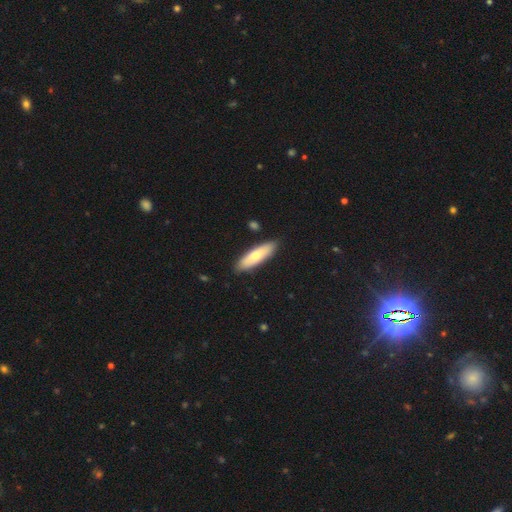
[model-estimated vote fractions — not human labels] Smooth or featured? smooth (67%)
How rounded? cigar-shaped (50%)
Merging? none (87%)